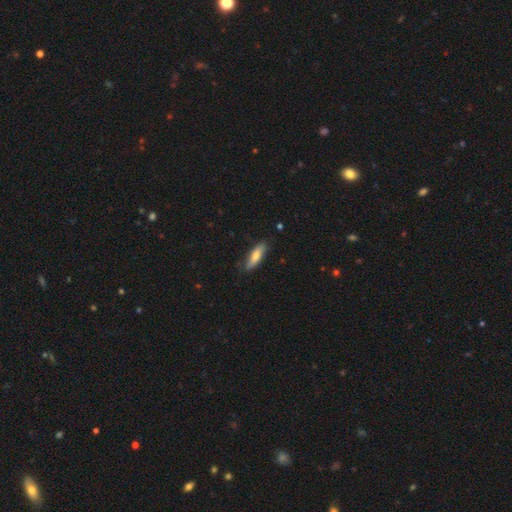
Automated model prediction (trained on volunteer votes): smooth-or-featured: smooth: 71% | featured or disk: 23% | star or artifact: 6%
  how-rounded: cigar-shaped: 57% | in between: 41% | round: 2%
  merging: none: 78% | minor disturbance: 18% | major disturbance: 3% | merger: 1%